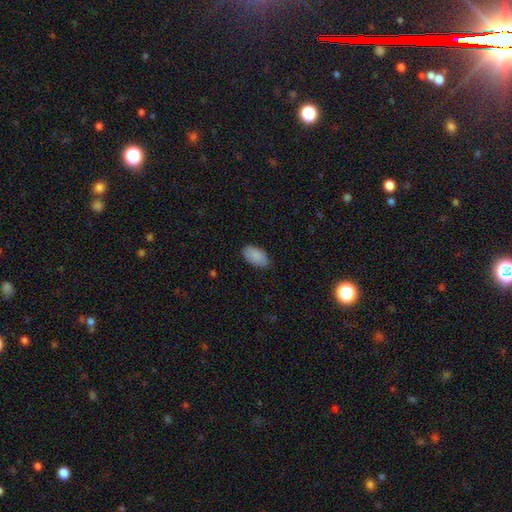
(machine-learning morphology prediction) A smooth galaxy with no disk features (89%) that is in between round and cigar-shaped (95%). Merging: none (82%).